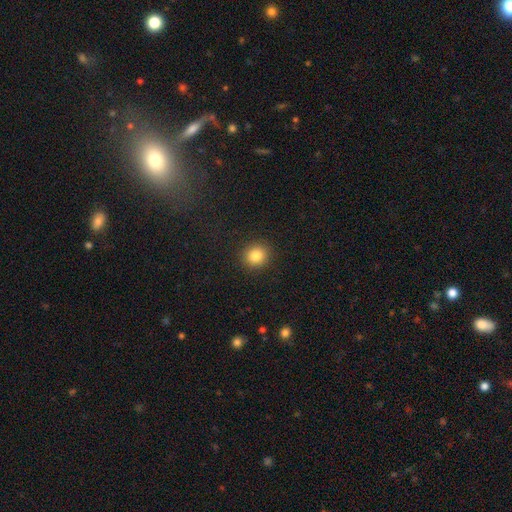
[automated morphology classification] smooth-or-featured: smooth: 84% | star or artifact: 11% | featured or disk: 5%
  how-rounded: round: 86% | in between: 13% | cigar-shaped: 1%
  merging: none: 91% | minor disturbance: 6% | major disturbance: 2% | merger: 1%